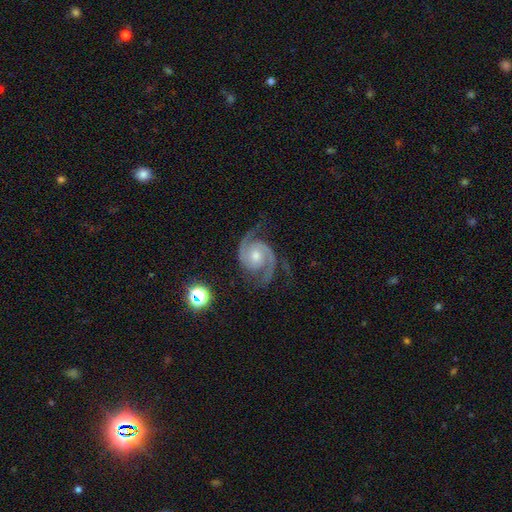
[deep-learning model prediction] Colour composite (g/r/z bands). It shows a featured or disk galaxy (92%) with no bar (68%), 2 (92%) medium (51%) spiral arms (99%) and a moderate central bulge (57%). Merging: none (78%).